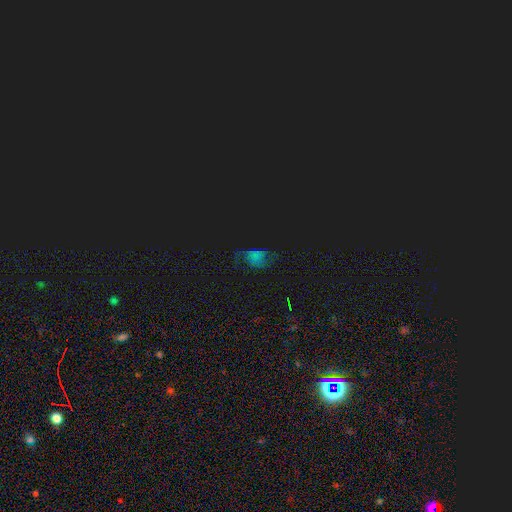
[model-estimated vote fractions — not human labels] smooth_or_featured: star or artifact (p=0.39) [alt: smooth p=0.38]